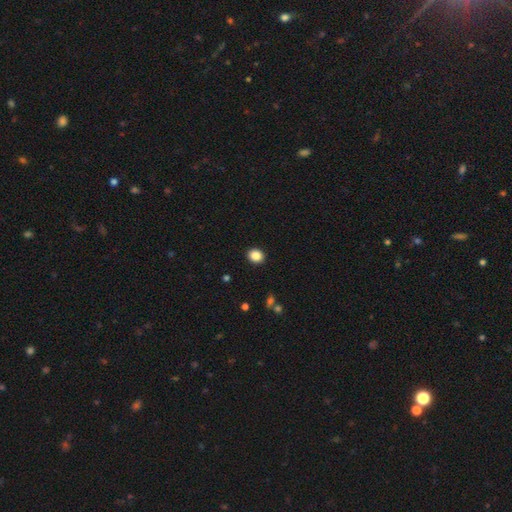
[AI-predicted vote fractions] smooth-or-featured: smooth: 87% | star or artifact: 9% | featured or disk: 4%
  how-rounded: round: 65% | in between: 34% | cigar-shaped: 1%
  merging: none: 92% | minor disturbance: 6% | major disturbance: 2% | merger: 1%